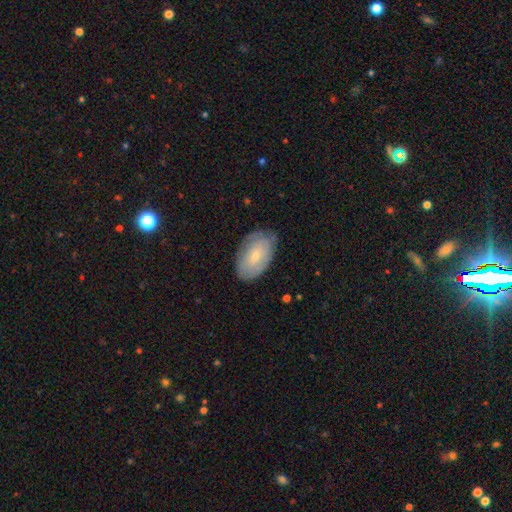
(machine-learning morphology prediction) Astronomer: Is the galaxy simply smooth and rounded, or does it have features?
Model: smooth — 58% (runner-up: featured or disk, 36%).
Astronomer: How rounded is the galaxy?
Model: in between — 92%.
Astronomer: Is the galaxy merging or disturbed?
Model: none — 75%.